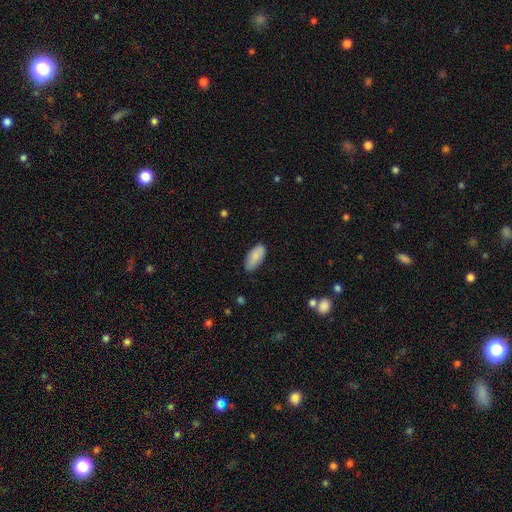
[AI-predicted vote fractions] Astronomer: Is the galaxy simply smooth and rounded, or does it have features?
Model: smooth — 86%.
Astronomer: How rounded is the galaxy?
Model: in between — 88%.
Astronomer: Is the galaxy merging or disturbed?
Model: none — 80%.